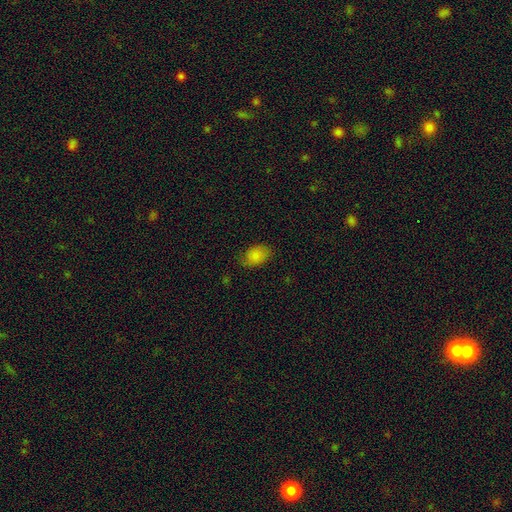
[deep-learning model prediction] A smooth galaxy with no disk features (82%) that is in between round and cigar-shaped (81%).

Vote fractions:
- Smooth or featured? smooth: 82% / star or artifact: 9% / featured or disk: 9%
- How rounded? in between: 81% / round: 17% / cigar-shaped: 1%
- Merging? none: 73% / minor disturbance: 22% / major disturbance: 4% / merger: 1%